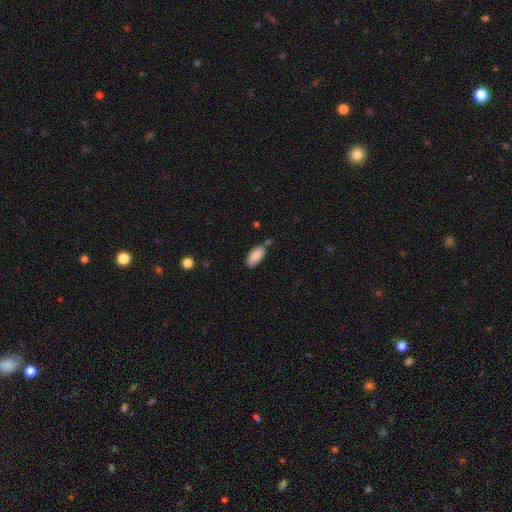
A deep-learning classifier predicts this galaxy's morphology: A smooth galaxy with no disk features (87%) that is in between round and cigar-shaped (90%). Merging: none (71%).